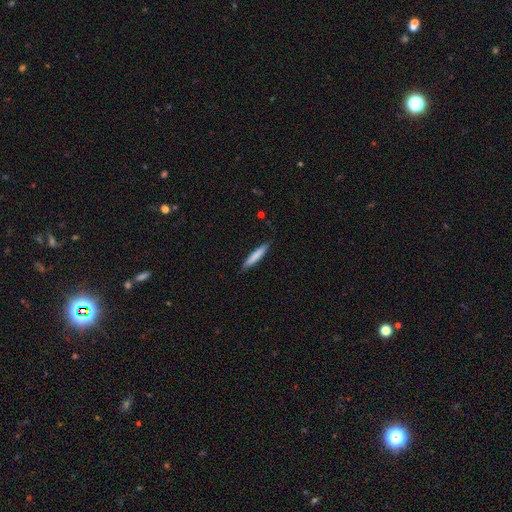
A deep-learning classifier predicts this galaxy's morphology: This is likely a smooth galaxy (78%). How rounded: clearly cigar-shaped (92%). Merging: clearly none (87%).